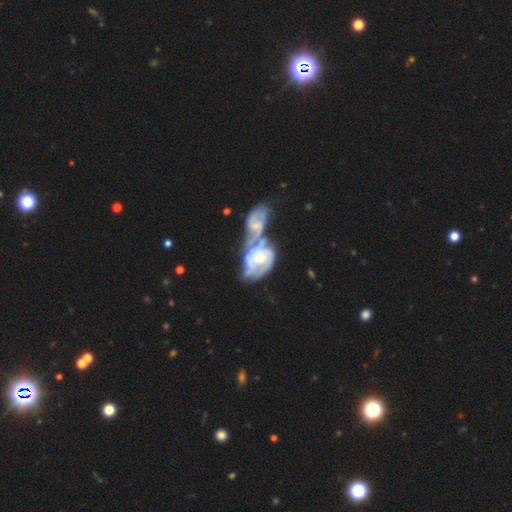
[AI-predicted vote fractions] This appears to be a featured or disk galaxy (77%) with no bar (64%), tight (59%) spiral arms (84%) and a moderate central bulge (48%). Merging: merger (76%).